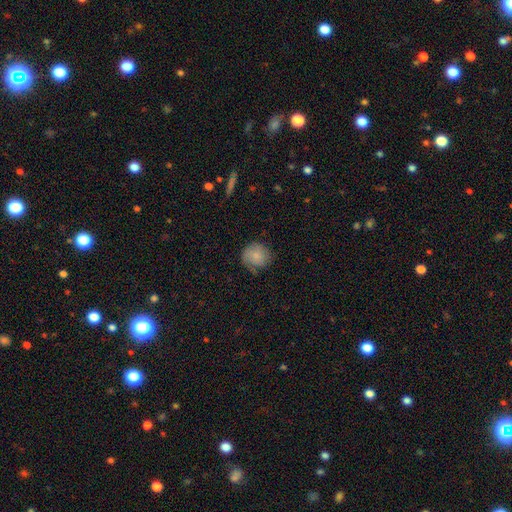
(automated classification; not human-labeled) Smooth or featured?
  - smooth: 78% *
  - featured or disk: 14%
  - star or artifact: 8%
How rounded?
  - round: 89% *
  - in between: 10%
  - cigar-shaped: 1%
Merging?
  - none: 69% *
  - minor disturbance: 23%
  - major disturbance: 7%
  - merger: 1%